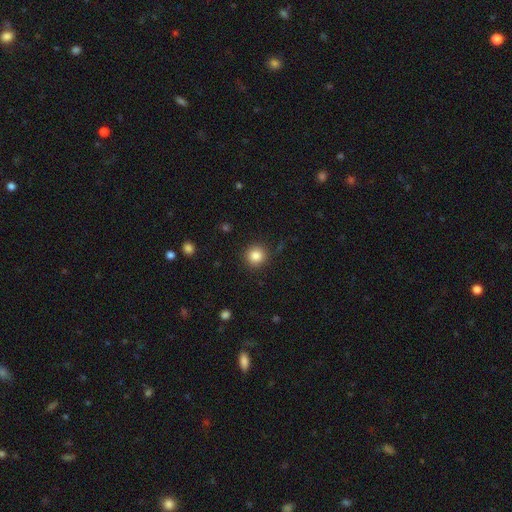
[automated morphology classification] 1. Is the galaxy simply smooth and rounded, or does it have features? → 85% smooth, 11% star or artifact, 5% featured or disk.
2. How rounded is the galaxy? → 93% round, 6% in between, 1% cigar-shaped.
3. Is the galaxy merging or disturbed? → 90% none, 7% minor disturbance, 2% major disturbance, 1% merger.